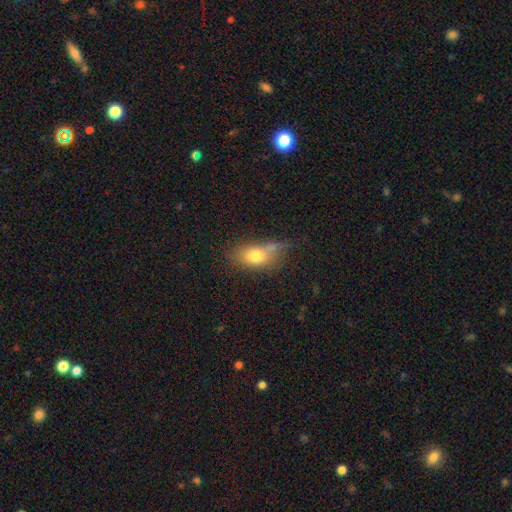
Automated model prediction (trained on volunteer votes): Smooth or featured? Predicted: smooth (p=0.75). How rounded? Predicted: in between (p=0.82). Merging? Predicted: none (p=0.43).